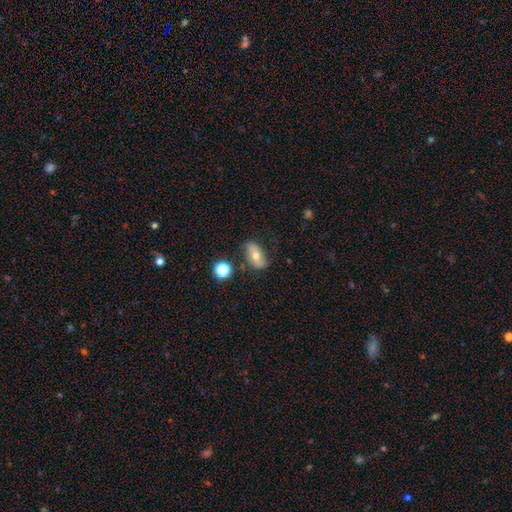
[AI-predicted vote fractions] smooth 56%, featured or disk 35%, star or artifact 10%. Down the decision tree: how rounded — in between (85%); merging — none (76%).